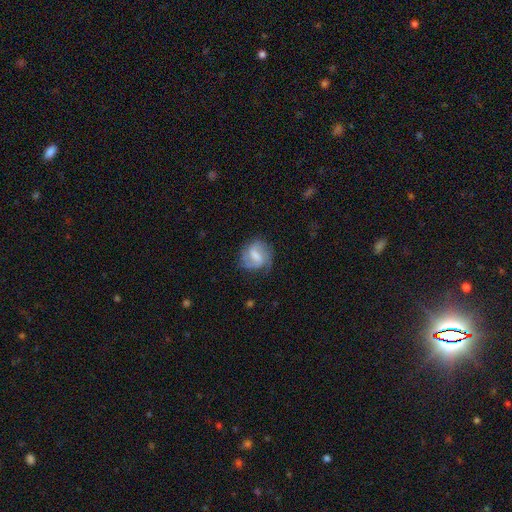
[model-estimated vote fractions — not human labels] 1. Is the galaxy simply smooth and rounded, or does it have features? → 68% featured or disk, 26% smooth, 7% star or artifact.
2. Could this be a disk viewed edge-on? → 97% no, 3% yes.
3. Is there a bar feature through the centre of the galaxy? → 54% weak, 28% strong, 18% no.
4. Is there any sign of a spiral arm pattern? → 90% yes, 10% no.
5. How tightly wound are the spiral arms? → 45% medium, 28% loose, 26% tight.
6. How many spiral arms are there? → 63% 2, 15% can't tell, 11% 3, 6% 1, 2% 4, 2% more than 4.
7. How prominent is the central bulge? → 37% moderate, 33% small, 21% none, 7% large, 1% dominant.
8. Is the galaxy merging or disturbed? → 65% none, 22% minor disturbance, 11% major disturbance, 2% merger.